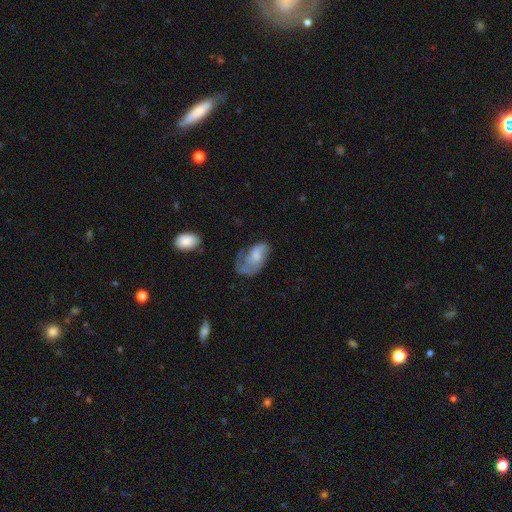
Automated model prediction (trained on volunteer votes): smooth-or-featured: featured or disk: 48% | smooth: 44% | star or artifact: 8%
  merging: major disturbance: 36% | none: 33% | minor disturbance: 28% | merger: 3%